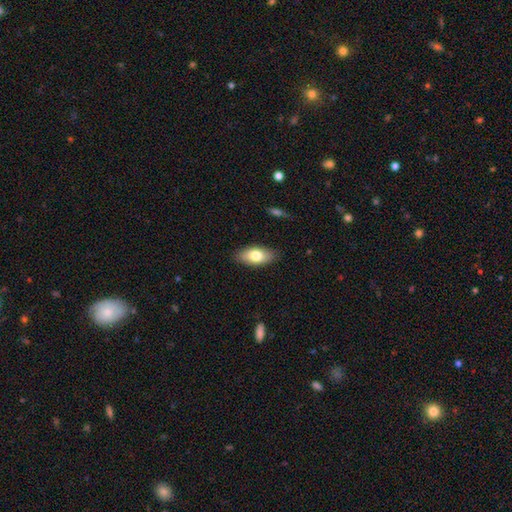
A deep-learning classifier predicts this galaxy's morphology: Smooth or featured? smooth (76%)
How rounded? in between (89%)
Merging? none (86%)